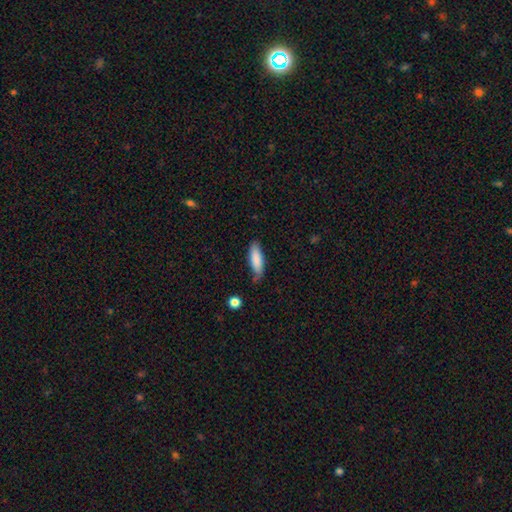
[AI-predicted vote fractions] smooth-or-featured: smooth: 81% | featured or disk: 12% | star or artifact: 7%
  how-rounded: in between: 50% | cigar-shaped: 48% | round: 2%
  merging: none: 69% | minor disturbance: 25% | major disturbance: 5% | merger: 2%